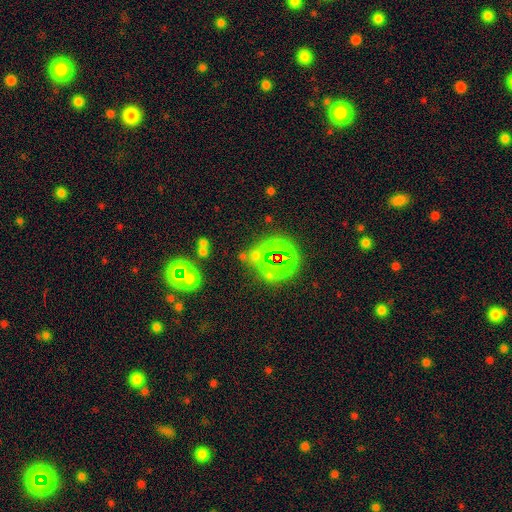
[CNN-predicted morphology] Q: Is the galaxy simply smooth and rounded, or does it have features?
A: star or artifact — 62%.